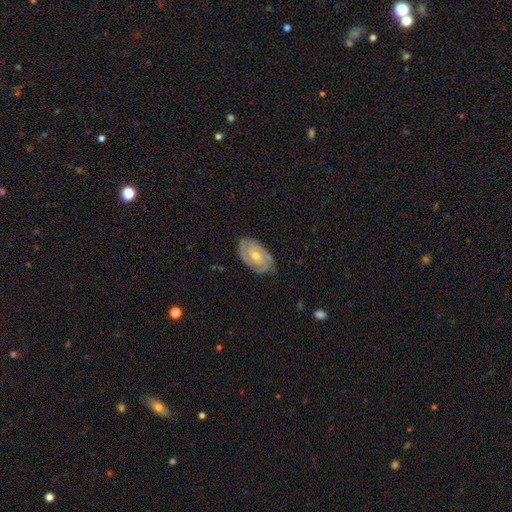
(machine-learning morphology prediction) Smooth or featured?
  - featured or disk: 76% *
  - smooth: 18%
  - star or artifact: 6%
Edge-on disk?
  - no: 95% *
  - yes: 5%
Bar?
  - no: 64% *
  - weak: 29%
  - strong: 7%
Spiral arms?
  - yes: 89% *
  - no: 11%
Spiral winding?
  - tight: 70% *
  - medium: 24%
  - loose: 6%
Spiral arm count?
  - 2: 53% *
  - can't tell: 27%
  - 3: 11%
  - 1: 4%
  - 4: 3%
  - more than 4: 3%
Bulge size?
  - moderate: 54% *
  - small: 42%
  - large: 2%
  - none: 1%
  - dominant: 1%
Merging?
  - none: 81% *
  - minor disturbance: 15%
  - major disturbance: 3%
  - merger: 1%